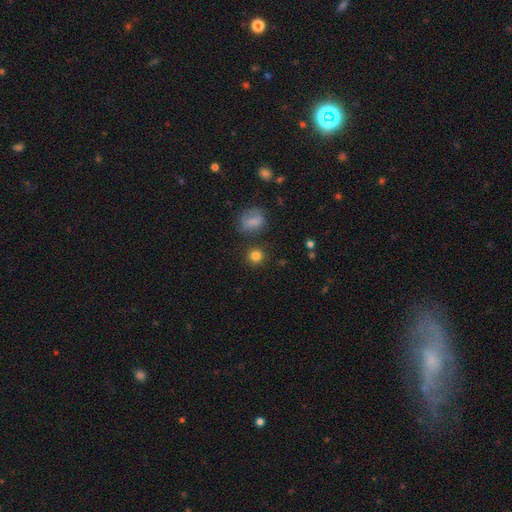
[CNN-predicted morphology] The model was most divided on "smooth or featured": smooth: 82%, star or artifact: 12%, featured or disk: 5%. More confident: how rounded — round (89%); merging — none (84%).